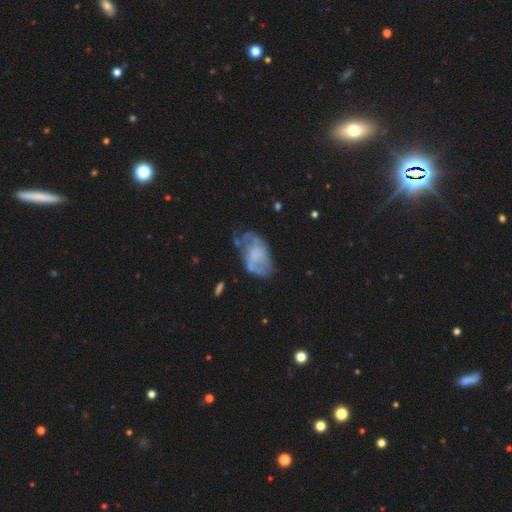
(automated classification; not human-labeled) Smooth or featured? featured or disk (55%)
Edge-on disk? no (95%)
Bar? no (72%)
Spiral arms? yes (55%)
Bulge size? none (45%)
Merging? none (44%)